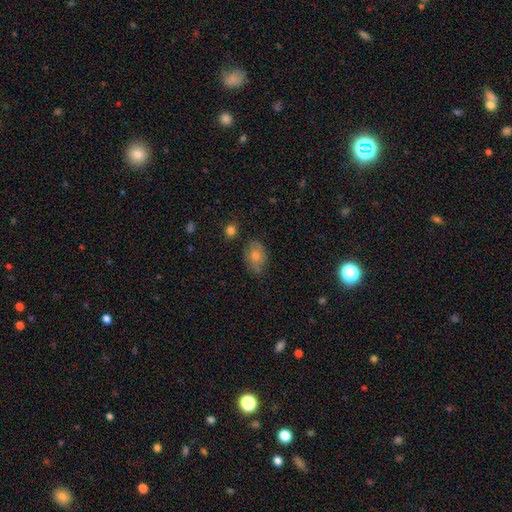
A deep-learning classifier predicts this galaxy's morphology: Smooth or featured: smooth — 55% (featured or disk — 25%)
How rounded: in between — 65% (round — 34%)
Merging: none — 74% (minor disturbance — 19%)